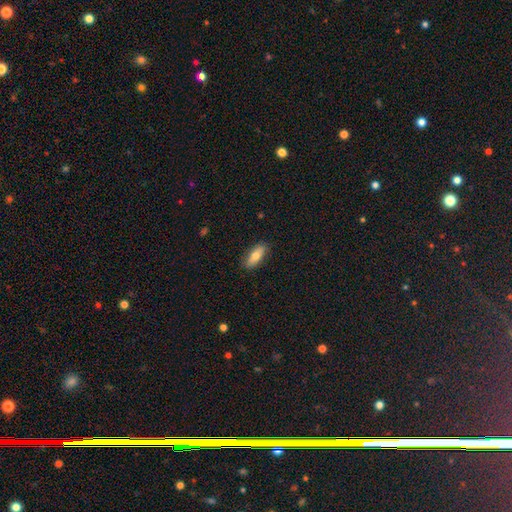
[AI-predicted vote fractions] smooth-or-featured: smooth: 71% | featured or disk: 23% | star or artifact: 6%
  how-rounded: in between: 70% | cigar-shaped: 27% | round: 3%
  merging: none: 86% | minor disturbance: 11% | major disturbance: 2% | merger: 1%